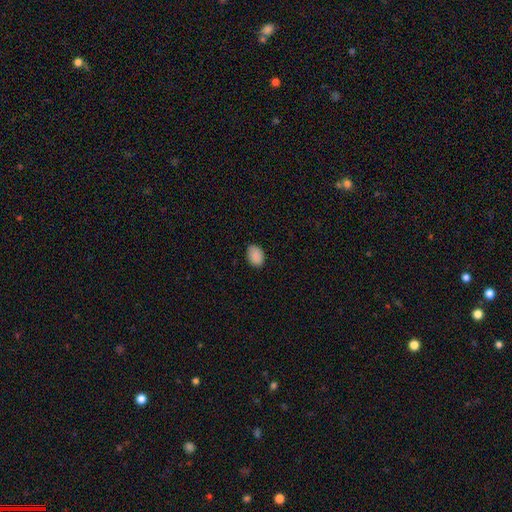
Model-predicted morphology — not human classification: smooth 89%, star or artifact 8%, featured or disk 3%. Down the decision tree: how rounded — in between (71%); merging — none (84%).